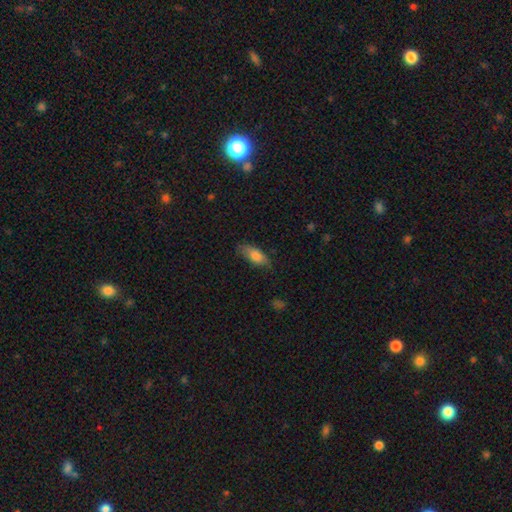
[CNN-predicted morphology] A smooth galaxy with no disk features (76%) that is in between round and cigar-shaped (73%). Merging: none (72%).